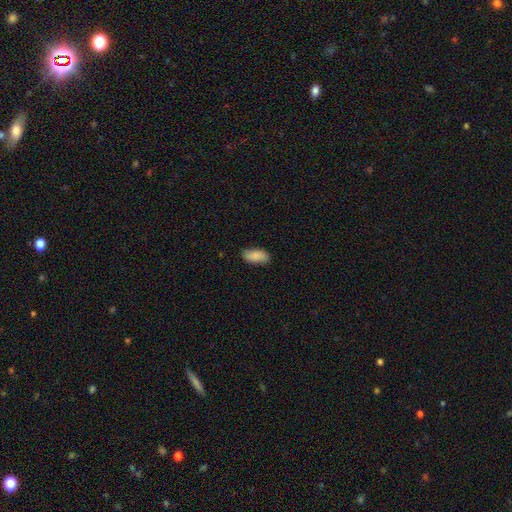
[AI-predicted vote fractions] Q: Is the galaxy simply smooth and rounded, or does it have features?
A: smooth — 86%.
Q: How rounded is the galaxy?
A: in between — 91%.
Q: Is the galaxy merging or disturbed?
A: none — 85%.